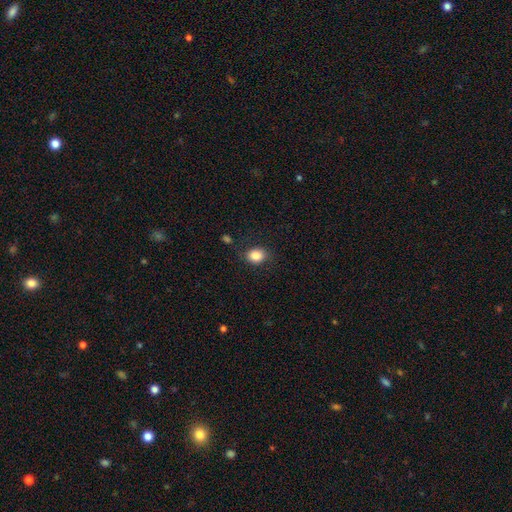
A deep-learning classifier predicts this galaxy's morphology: Smooth or featured? Predicted: smooth (p=0.85). How rounded? Predicted: in between (p=0.53). Merging? Predicted: none (p=0.78).